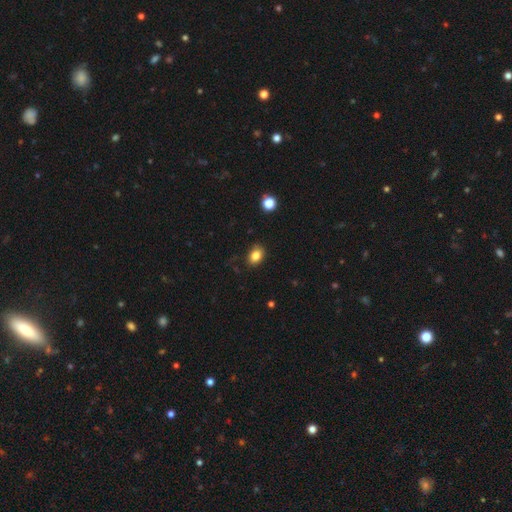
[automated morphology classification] A smooth galaxy with no disk features (83%) that is in between round and cigar-shaped (76%). Merging: none (83%).